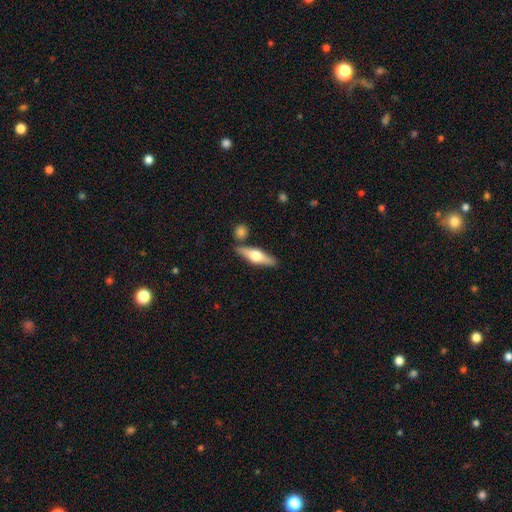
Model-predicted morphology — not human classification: smooth-or-featured: featured or disk: 58% | smooth: 37% | star or artifact: 6%
  disk-edge-on: yes: 94% | no: 6%
    edge-on-bulge: rounded: 95% | boxy: 3% | none: 2%
  merging: none: 81% | minor disturbance: 9% | merger: 7% | major disturbance: 2%